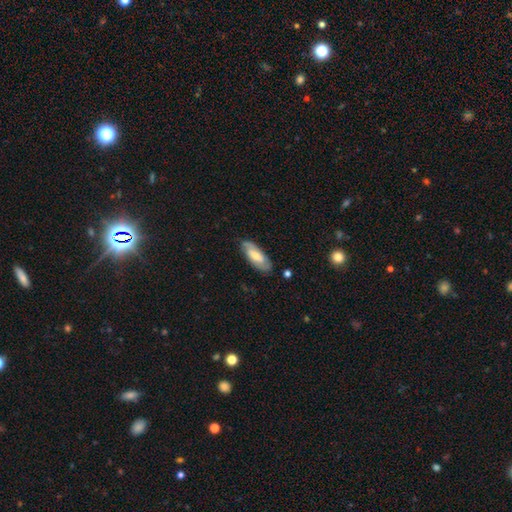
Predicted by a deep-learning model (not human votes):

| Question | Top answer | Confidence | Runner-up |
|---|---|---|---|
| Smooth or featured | smooth | 47% | featured or disk (46%) |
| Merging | none | 77% | minor disturbance (17%) |